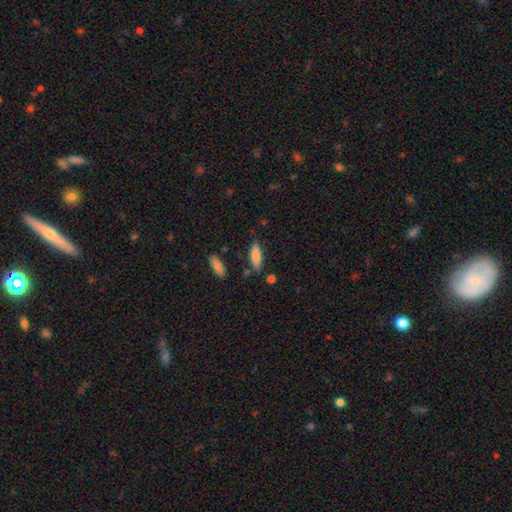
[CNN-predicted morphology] Smooth or featured: smooth — 81% (featured or disk — 12%)
How rounded: cigar-shaped — 51% (in between — 47%)
Merging: none — 78% (minor disturbance — 14%)